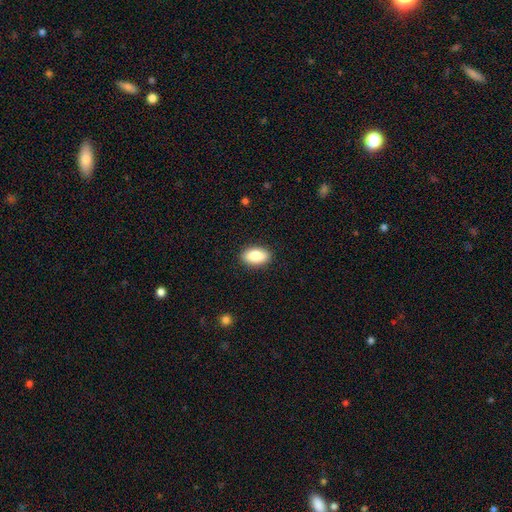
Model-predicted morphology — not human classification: Smooth or featured? Predicted: smooth (p=0.85). How rounded? Predicted: in between (p=0.92). Merging? Predicted: none (p=0.90).